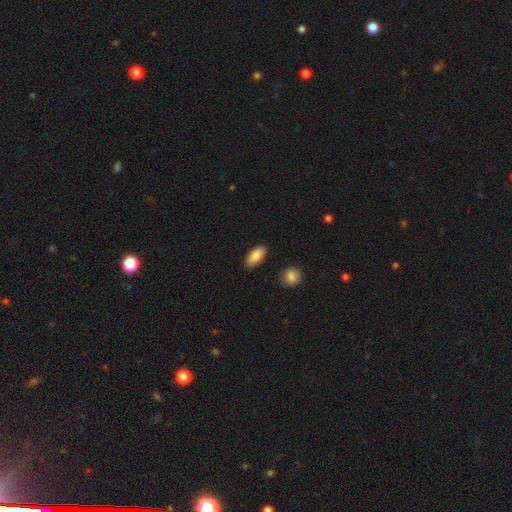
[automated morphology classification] A smooth galaxy with no disk features (85%) that is in between round and cigar-shaped (89%). Merging: none (87%).